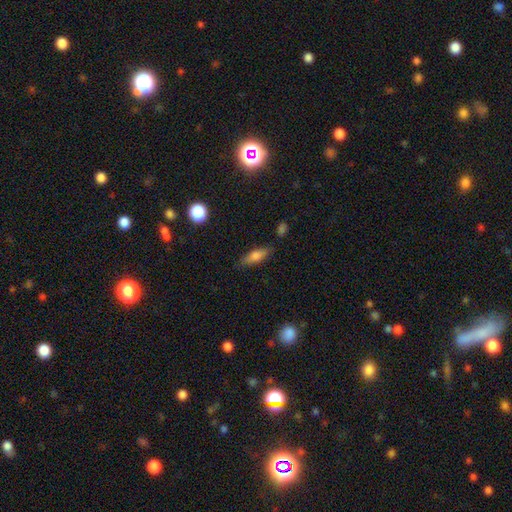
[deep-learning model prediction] Smooth or featured? smooth (71%)
How rounded? in between (51%)
Merging? none (80%)